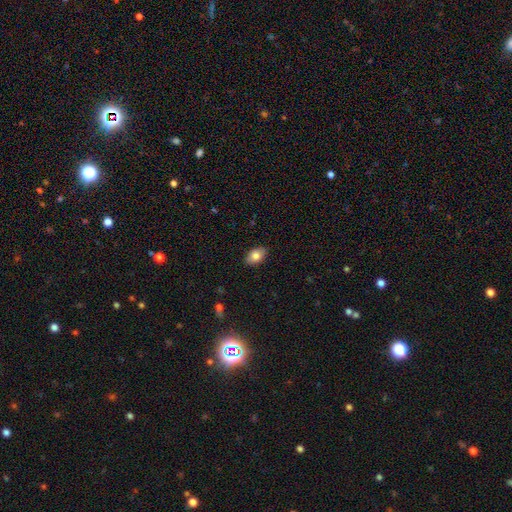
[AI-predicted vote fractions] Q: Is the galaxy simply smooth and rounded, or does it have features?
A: smooth — 82%.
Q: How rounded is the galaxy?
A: in between — 89%.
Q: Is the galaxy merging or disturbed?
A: none — 87%.